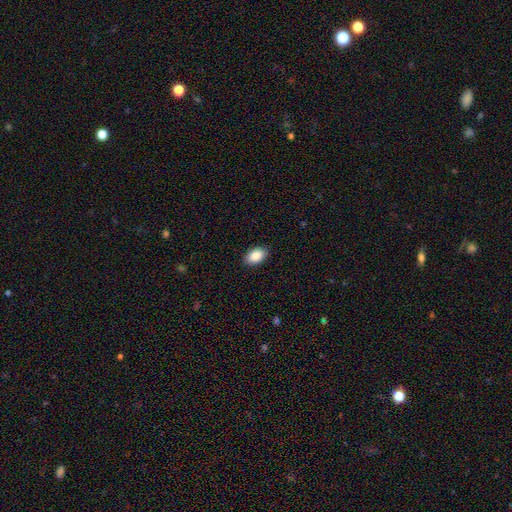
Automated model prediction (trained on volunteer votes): Overall: smooth (89%). How rounded: in between (93%). Merging: none (89%).